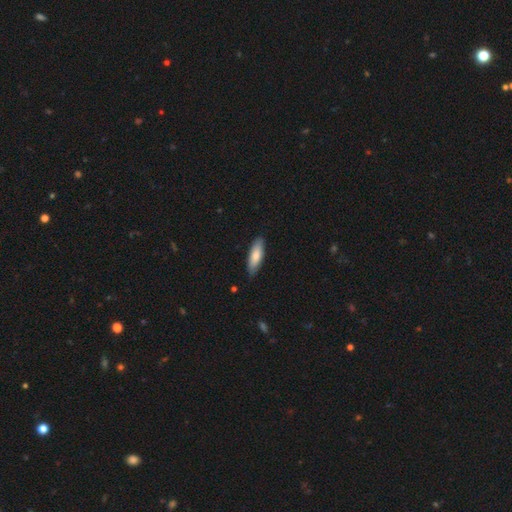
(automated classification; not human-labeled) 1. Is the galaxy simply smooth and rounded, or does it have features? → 78% smooth, 17% featured or disk, 5% star or artifact.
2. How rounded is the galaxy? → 52% in between, 46% cigar-shaped, 2% round.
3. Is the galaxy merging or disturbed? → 84% none, 13% minor disturbance, 2% major disturbance, 1% merger.